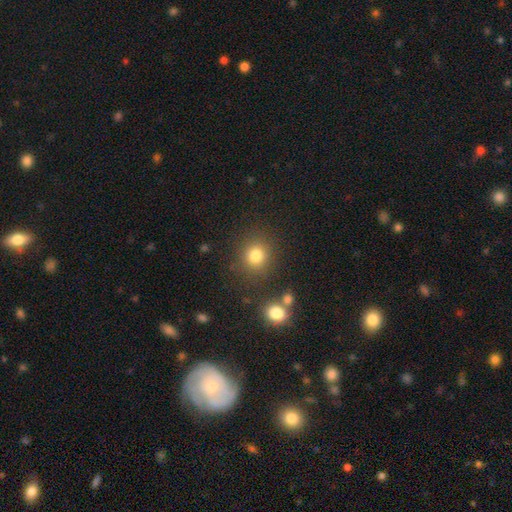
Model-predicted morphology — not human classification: Smooth or featured?
  - smooth: 81% *
  - star or artifact: 13%
  - featured or disk: 6%
How rounded?
  - round: 87% *
  - in between: 12%
  - cigar-shaped: 1%
Merging?
  - none: 82% *
  - minor disturbance: 9%
  - merger: 5%
  - major disturbance: 4%